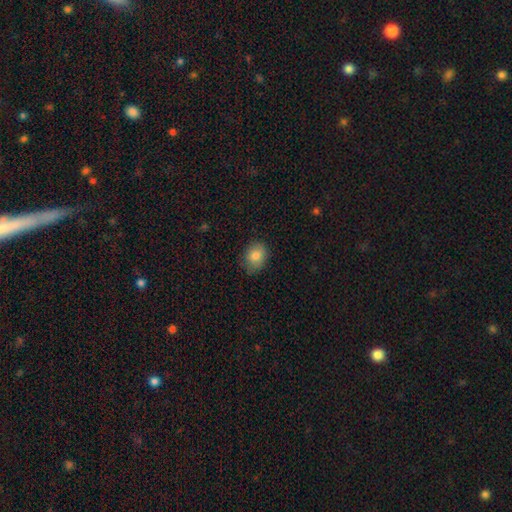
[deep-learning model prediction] smooth-or-featured: smooth: 82% | featured or disk: 9% | star or artifact: 9%
  how-rounded: in between: 52% | round: 47% | cigar-shaped: 1%
  merging: none: 78% | minor disturbance: 18% | major disturbance: 3% | merger: 1%